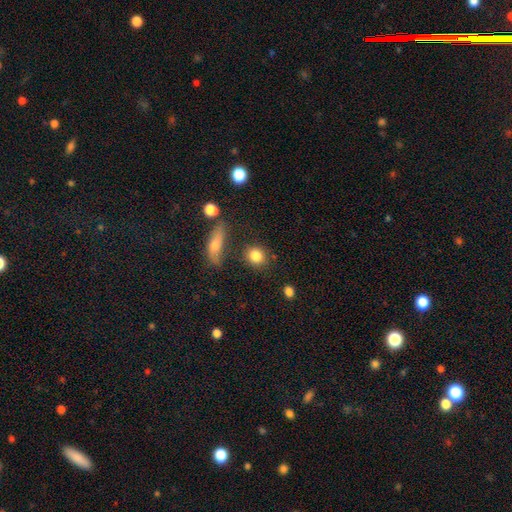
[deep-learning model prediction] smooth 84%, star or artifact 9%, featured or disk 7%. Down the decision tree: how rounded — round (75%); merging — none (78%).